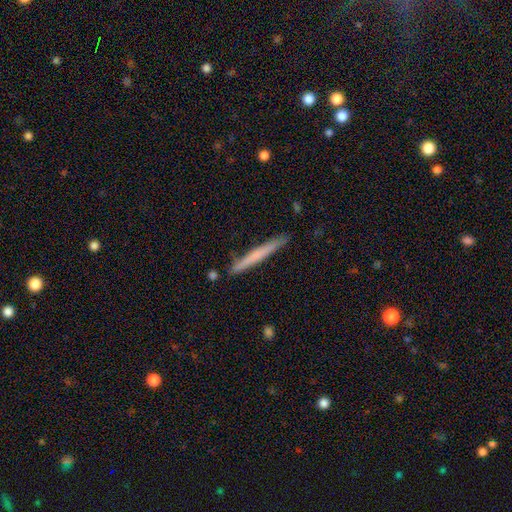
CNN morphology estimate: This is possibly a smooth galaxy (58%). How rounded: clearly cigar-shaped (97%). Merging: clearly none (86%).